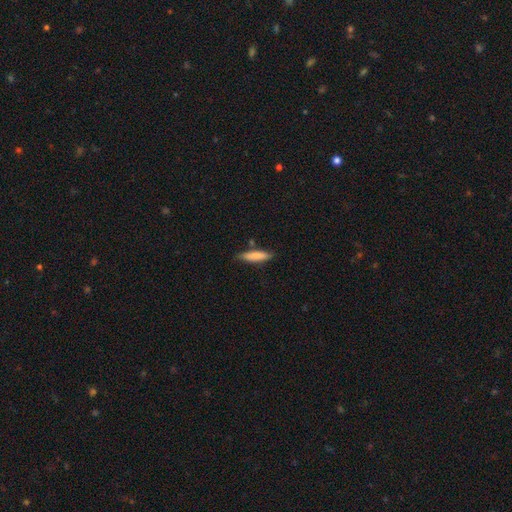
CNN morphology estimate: Smooth or featured: smooth — 81% (featured or disk — 13%)
How rounded: cigar-shaped — 78% (in between — 20%)
Merging: none — 79% (minor disturbance — 15%)